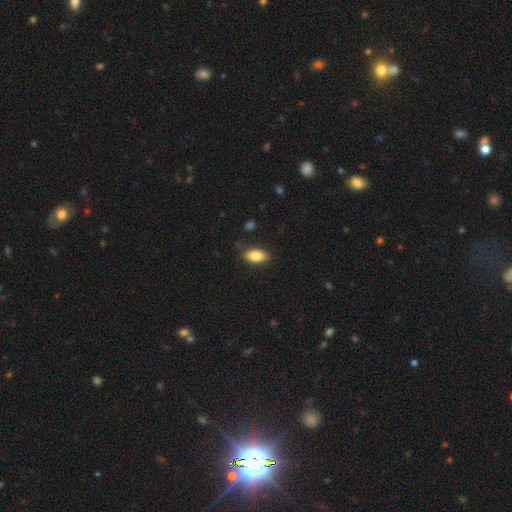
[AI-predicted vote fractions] This is clearly a smooth galaxy (83%). How rounded: clearly in between (89%). Merging: clearly none (83%).